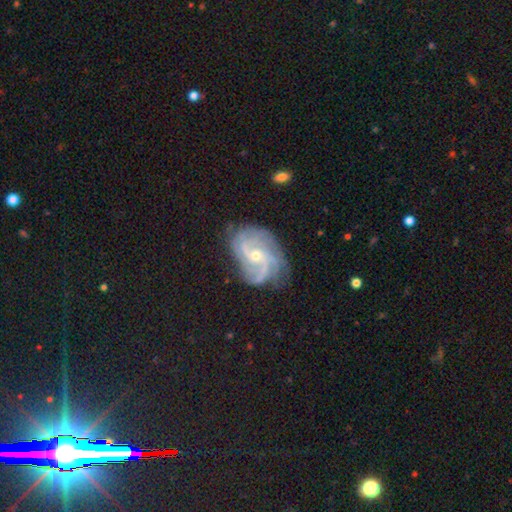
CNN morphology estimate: A featured or disk galaxy (87%) with no bar (56%), 3 (26%) tight (45%) spiral arms (97%) and a small central bulge (63%).

Vote fractions:
- Smooth or featured? featured or disk: 87% / star or artifact: 7% / smooth: 6%
- Edge-on disk? no: 97% / yes: 3%
- Bar? no: 56% / weak: 35% / strong: 9%
- Spiral arms? yes: 97% / no: 3%
- Spiral winding? tight: 45% / medium: 41% / loose: 14%
- Spiral arm count? 3: 26% / can't tell: 20% / 4: 20% / 2: 18% / more than 4: 9% / 1: 7%
- Bulge size? small: 63% / moderate: 34% / large: 1% / none: 1% / dominant: 1%
- Merging? none: 71% / minor disturbance: 20% / major disturbance: 8% / merger: 1%